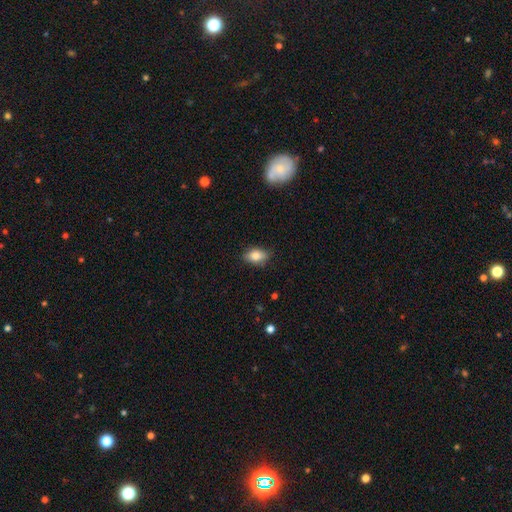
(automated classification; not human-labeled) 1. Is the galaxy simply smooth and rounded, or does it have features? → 81% smooth, 10% featured or disk, 8% star or artifact.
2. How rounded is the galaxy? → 83% in between, 14% round, 3% cigar-shaped.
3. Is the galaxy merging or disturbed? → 82% none, 15% minor disturbance, 3% major disturbance, 1% merger.